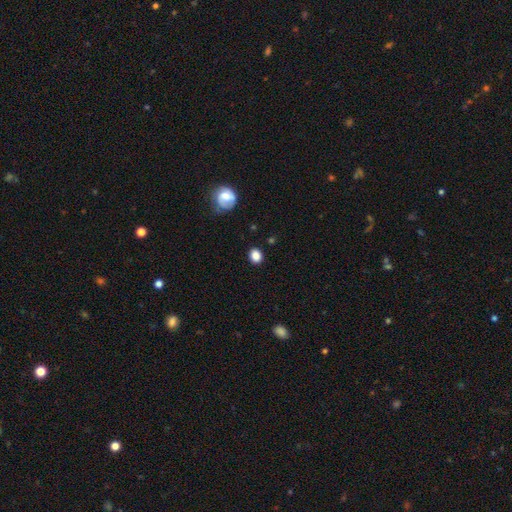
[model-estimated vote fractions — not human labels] Morphology: type=smooth (86%); roundness=round (61%); merging=none (86%).